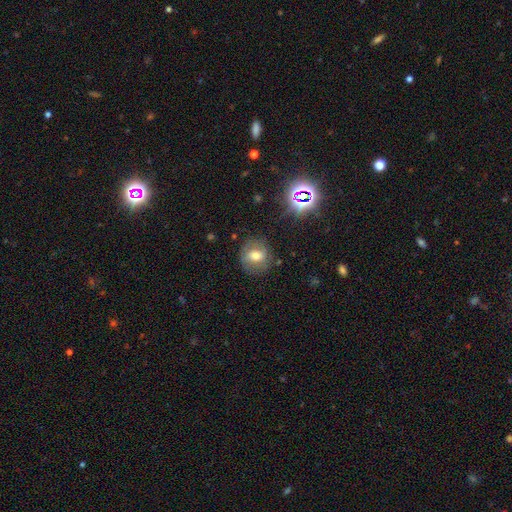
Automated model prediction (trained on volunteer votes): smooth-or-featured: smooth: 50% | featured or disk: 35% | star or artifact: 15%
  how-rounded: round: 76% | in between: 23% | cigar-shaped: 1%
  merging: none: 75% | minor disturbance: 16% | major disturbance: 7% | merger: 2%